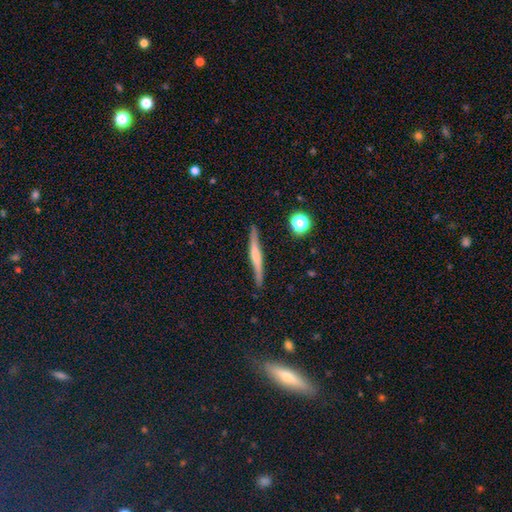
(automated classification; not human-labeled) This appears to be a featured or disk galaxy (56%) viewed edge-on (91%) with no central bulge (41%). Merging: none (82%).